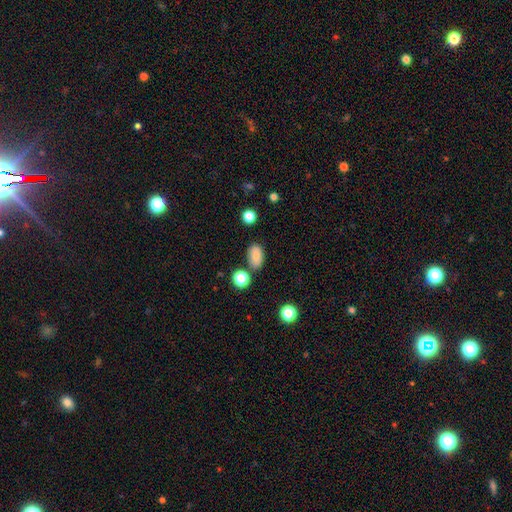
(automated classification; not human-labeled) The model was most divided on "merging": none: 76%, minor disturbance: 14%, merger: 7%, major disturbance: 3%. More confident: how rounded — in between (90%); smooth or featured — smooth (83%).